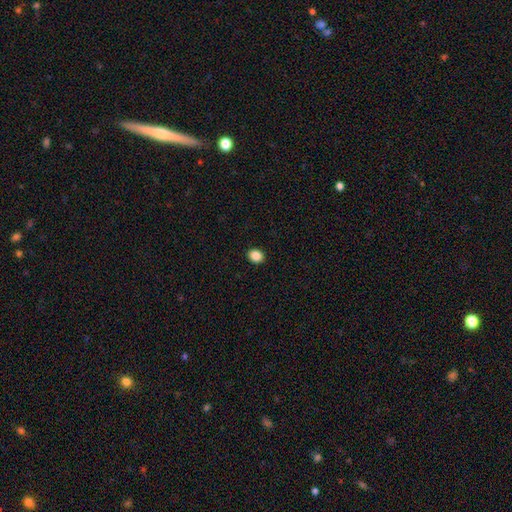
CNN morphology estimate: Smooth or featured? smooth (87%)
How rounded? round (62%)
Merging? none (92%)